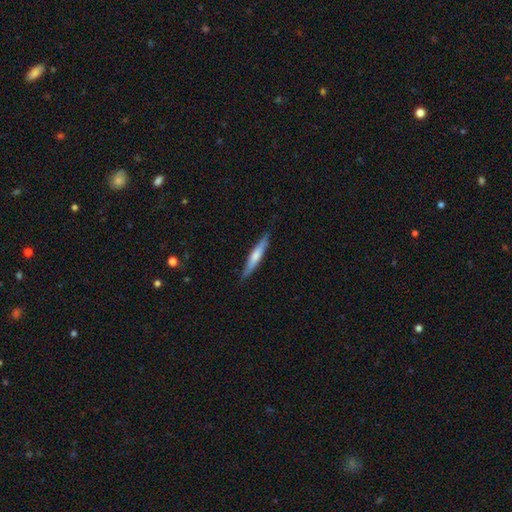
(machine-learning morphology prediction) smooth 57%, featured or disk 37%, star or artifact 5%. Down the decision tree: how rounded — cigar-shaped (91%); merging — none (84%).